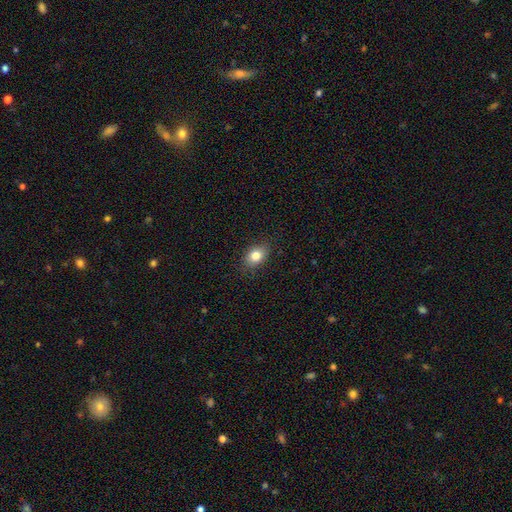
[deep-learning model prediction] The model was most divided on "how rounded": in between: 74%, round: 24%, cigar-shaped: 2%. More confident: merging — none (85%); smooth or featured — smooth (82%).